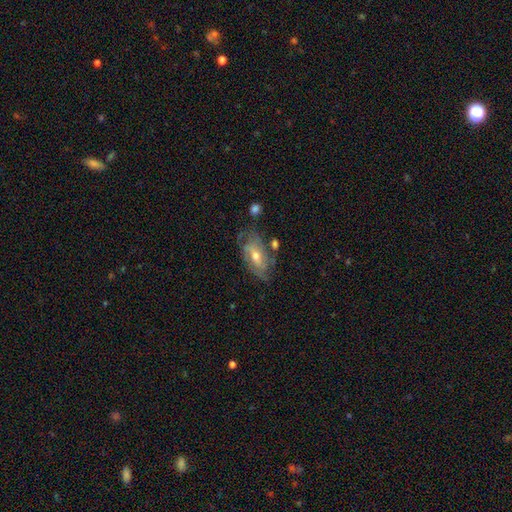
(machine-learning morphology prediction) A featured or disk galaxy (70%) with no bar (51%), tight (49%) spiral arms (81%) and a moderate central bulge (62%).

Vote fractions:
- Smooth or featured? featured or disk: 70% / smooth: 22% / star or artifact: 8%
- Edge-on disk? no: 92% / yes: 8%
- Bar? no: 51% / weak: 38% / strong: 11%
- Spiral arms? yes: 81% / no: 19%
- Spiral winding? tight: 49% / medium: 37% / loose: 15%
- Spiral arm count? can't tell: 44% / 2: 31% / 3: 13% / 4: 5% / 1: 4% / more than 4: 3%
- Bulge size? moderate: 62% / small: 33% / large: 3% / none: 1% / dominant: 1%
- Merging? none: 59% / minor disturbance: 24% / major disturbance: 12% / merger: 5%